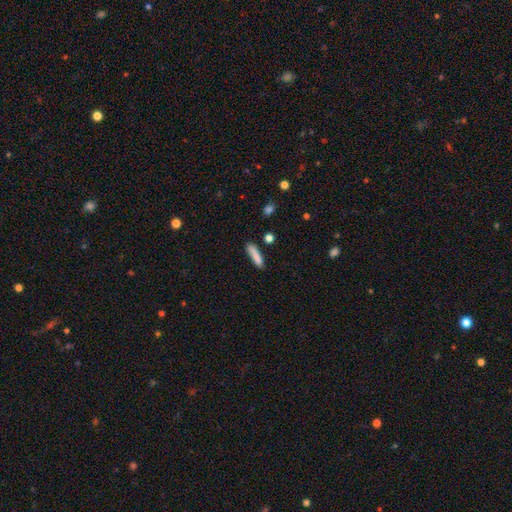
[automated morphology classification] smooth_or_featured: smooth (p=0.84) [alt: featured or disk p=0.08]
how_rounded: cigar-shaped (p=0.77) [alt: in between p=0.21]
merging: none (p=0.70) [alt: minor disturbance p=0.19]